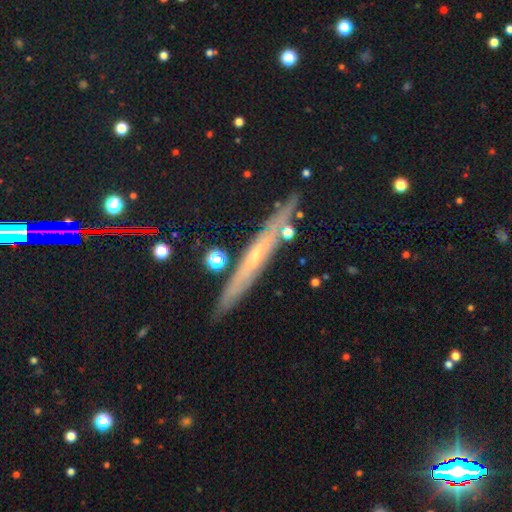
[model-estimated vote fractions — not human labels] Smooth or featured? featured or disk (64%)
Edge-on disk? yes (88%)
Edge-on bulge? none (59%)
Merging? none (86%)